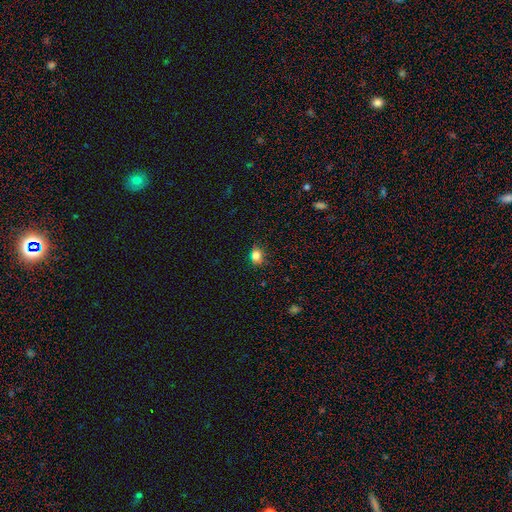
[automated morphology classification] smooth 78%, star or artifact 16%, featured or disk 6%. Down the decision tree: how rounded — round (54%); merging — none (81%).